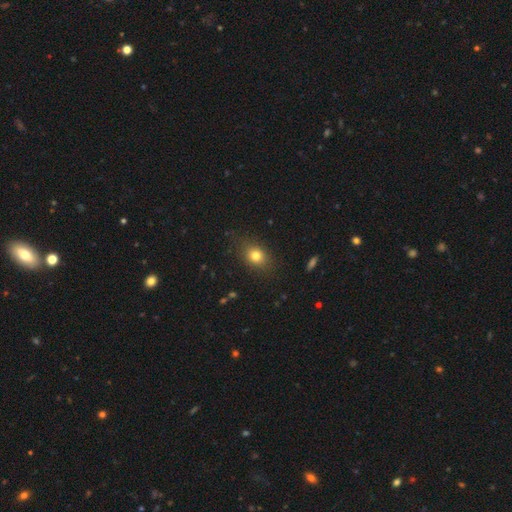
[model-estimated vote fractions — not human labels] smooth 79%, star or artifact 12%, featured or disk 10%. Down the decision tree: how rounded — in between (56%); merging — none (82%).